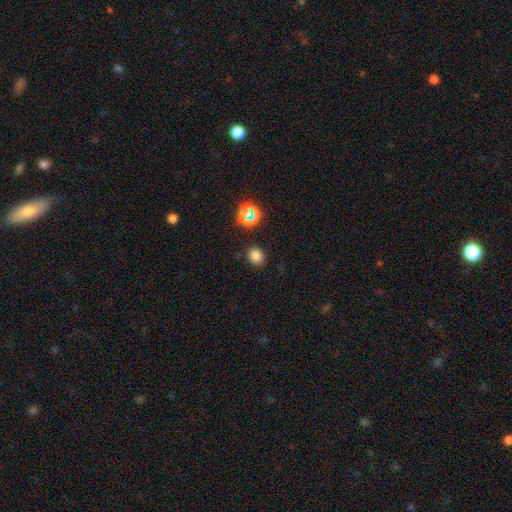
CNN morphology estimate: A smooth galaxy with no disk features (78%) that is round (60%).

Vote fractions:
- Smooth or featured? smooth: 78% / star or artifact: 17% / featured or disk: 5%
- How rounded? round: 60% / in between: 39% / cigar-shaped: 1%
- Merging? none: 86% / minor disturbance: 9% / major disturbance: 3% / merger: 2%